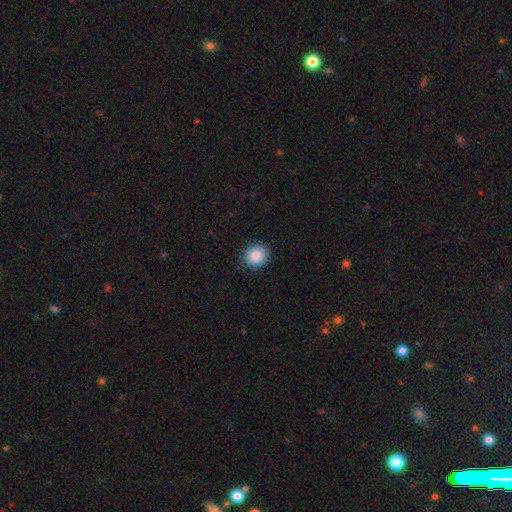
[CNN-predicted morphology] smooth 88%, star or artifact 8%, featured or disk 4%. Down the decision tree: how rounded — round (78%); merging — none (88%).